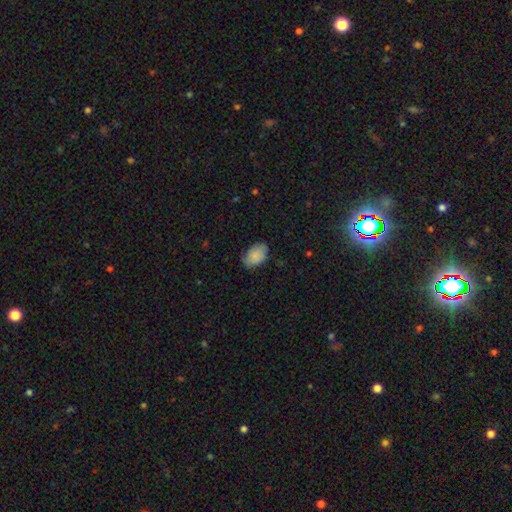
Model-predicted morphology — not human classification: The model was most divided on "merging": none: 67%, minor disturbance: 27%, major disturbance: 5%, merger: 1%. More confident: how rounded — in between (88%); smooth or featured — smooth (86%).